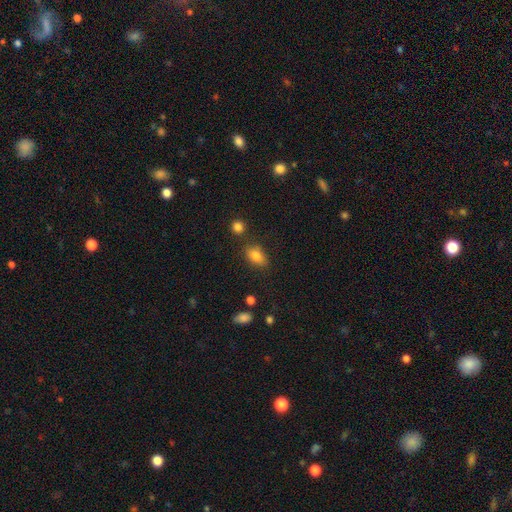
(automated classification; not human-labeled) Q: Smooth or featured?
A: smooth (83%); runner-up: star or artifact (10%)
Q: How rounded?
A: in between (82%); runner-up: round (15%)
Q: Merging?
A: none (73%); runner-up: minor disturbance (16%)